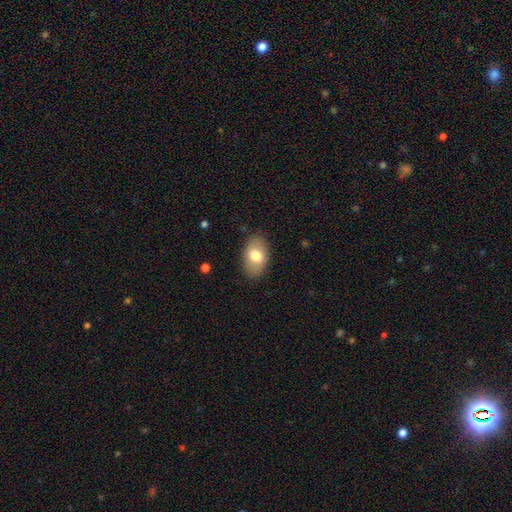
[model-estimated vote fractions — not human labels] Smooth or featured: smooth — 75% (featured or disk — 18%)
How rounded: in between — 91% (round — 8%)
Merging: none — 85% (minor disturbance — 11%)